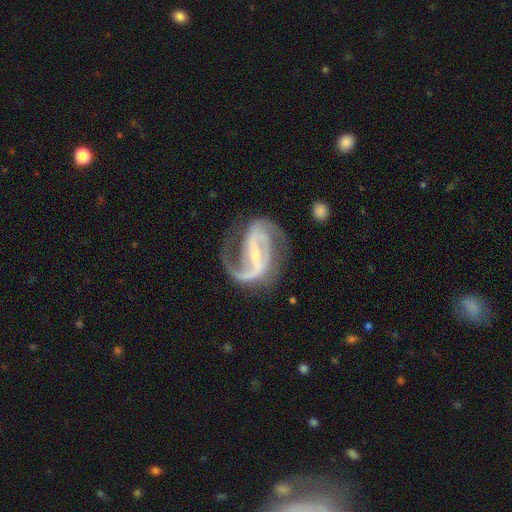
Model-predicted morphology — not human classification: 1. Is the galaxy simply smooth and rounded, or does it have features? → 92% featured or disk, 5% star or artifact, 3% smooth.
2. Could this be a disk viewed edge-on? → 97% no, 3% yes.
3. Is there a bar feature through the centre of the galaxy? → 61% strong, 28% weak, 11% no.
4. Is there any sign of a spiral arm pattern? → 98% yes, 2% no.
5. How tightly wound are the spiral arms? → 55% medium, 23% loose, 22% tight.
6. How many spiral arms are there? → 83% 2, 6% 3, 4% 1, 3% can't tell, 2% 4, 2% more than 4.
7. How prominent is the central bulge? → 69% small, 21% moderate, 7% none, 2% large, 1% dominant.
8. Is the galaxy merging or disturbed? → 66% none, 18% minor disturbance, 13% major disturbance, 2% merger.